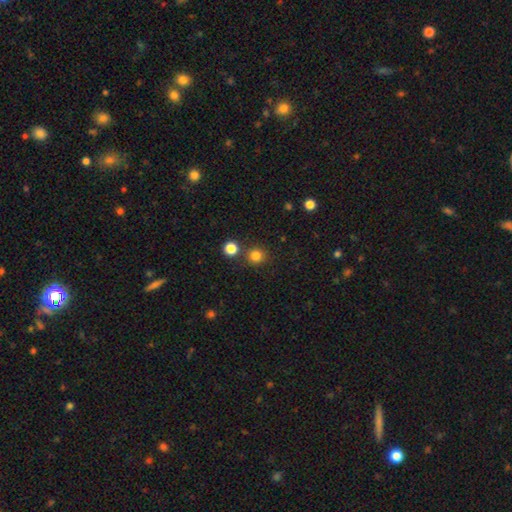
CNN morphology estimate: Smooth or featured: smooth — 80% (star or artifact — 15%)
How rounded: round — 93% (in between — 7%)
Merging: none — 82% (merger — 9%)